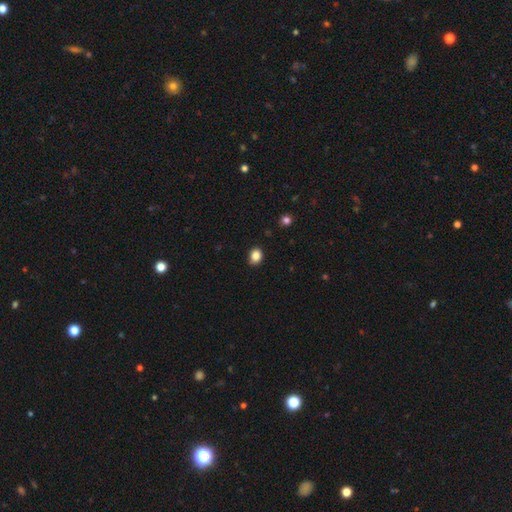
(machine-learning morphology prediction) smooth 86%, star or artifact 10%, featured or disk 4%. Down the decision tree: how rounded — in between (54%); merging — none (87%).